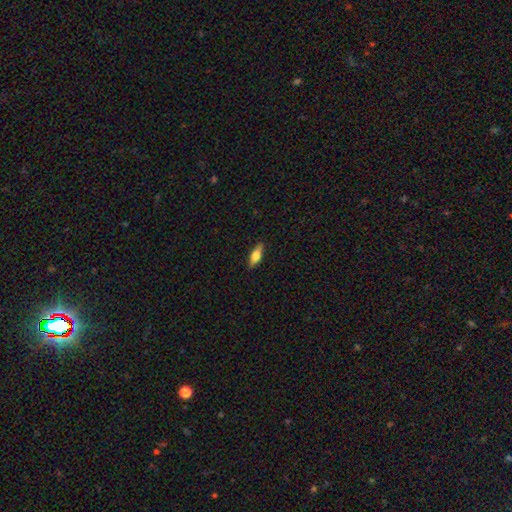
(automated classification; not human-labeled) smooth-or-featured: smooth: 56% | featured or disk: 37% | star or artifact: 7%
  how-rounded: in between: 56% | cigar-shaped: 40% | round: 3%
  merging: none: 89% | minor disturbance: 8% | major disturbance: 2% | merger: 1%